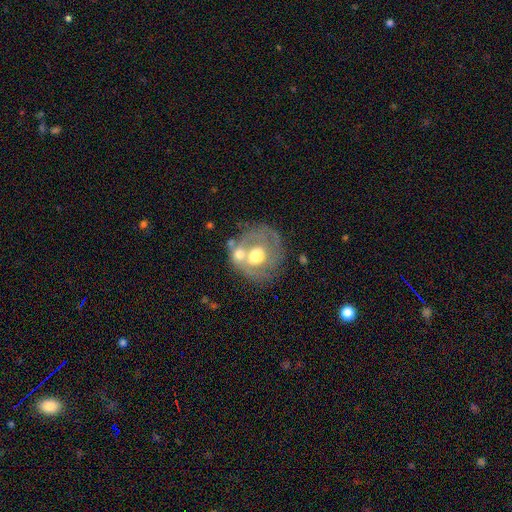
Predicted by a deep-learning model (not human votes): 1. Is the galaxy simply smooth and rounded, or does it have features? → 59% featured or disk, 33% smooth, 8% star or artifact.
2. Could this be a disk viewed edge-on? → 97% no, 3% yes.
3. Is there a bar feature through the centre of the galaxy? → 81% no, 15% weak, 4% strong.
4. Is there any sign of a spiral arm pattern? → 61% no, 39% yes.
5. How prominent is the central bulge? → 59% moderate, 30% large, 6% small, 3% dominant, 2% none.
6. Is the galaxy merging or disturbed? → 46% none, 24% merger, 17% minor disturbance, 12% major disturbance.